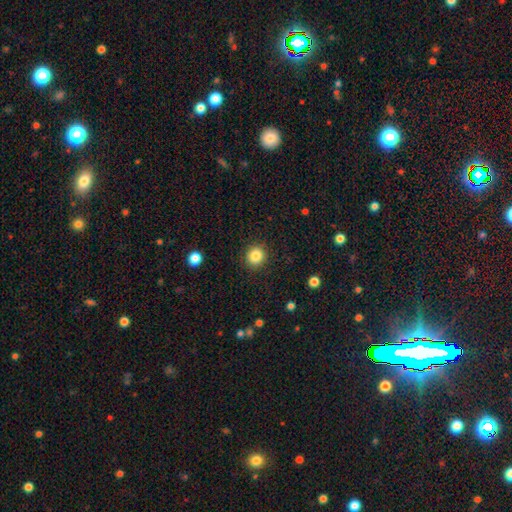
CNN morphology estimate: The model was most divided on "how rounded": round: 87%, in between: 13%, cigar-shaped: 1%. More confident: merging — none (90%); smooth or featured — smooth (85%).